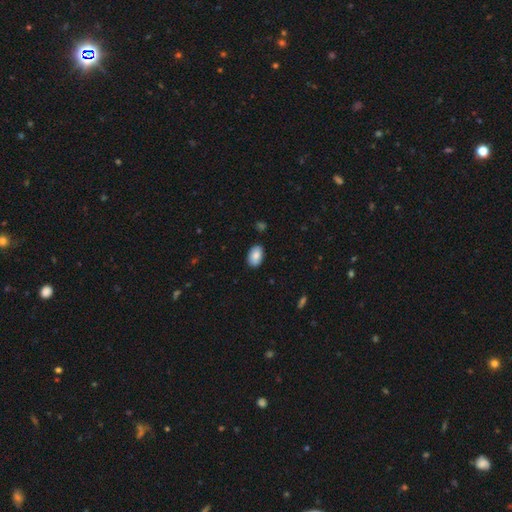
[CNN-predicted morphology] Smooth or featured? smooth (84%)
How rounded? in between (91%)
Merging? none (87%)